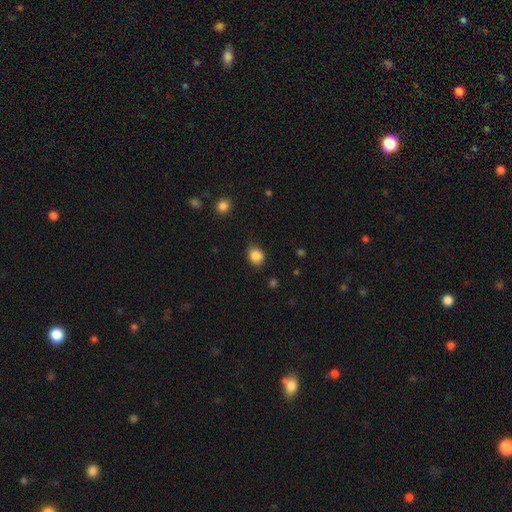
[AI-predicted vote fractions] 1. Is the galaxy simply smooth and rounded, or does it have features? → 86% smooth, 10% star or artifact, 4% featured or disk.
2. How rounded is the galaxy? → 60% round, 39% in between, 1% cigar-shaped.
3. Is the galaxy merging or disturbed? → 79% none, 16% minor disturbance, 3% major disturbance, 1% merger.